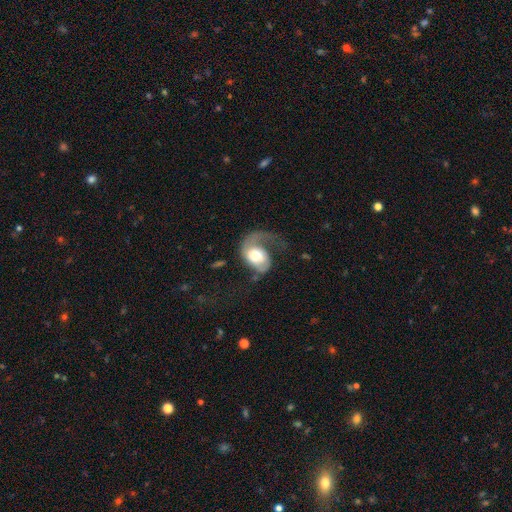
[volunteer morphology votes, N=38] type=featured or disk (84%); edge-on=no (97%); bar=no (81%); spiral arms=yes (94%); winding=loose (59%); arm count=2 (55%); bulge=large (55%); merging=major disturbance (51%).